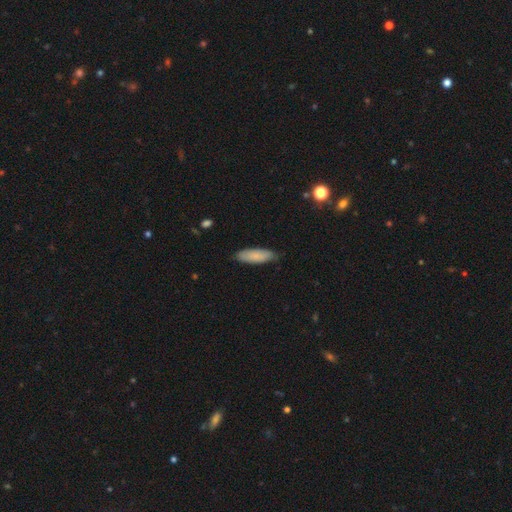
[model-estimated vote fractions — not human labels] Smooth or featured? smooth (84%)
How rounded? in between (55%)
Merging? none (80%)